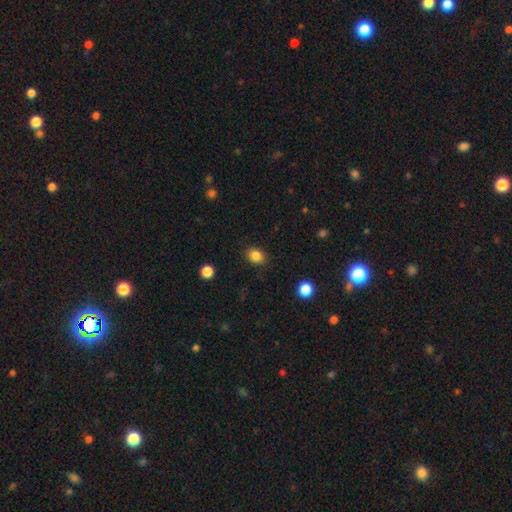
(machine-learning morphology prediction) smooth-or-featured: smooth: 85% | star or artifact: 10% | featured or disk: 4%
  how-rounded: in between: 56% | round: 43% | cigar-shaped: 1%
  merging: none: 88% | minor disturbance: 9% | major disturbance: 2% | merger: 1%